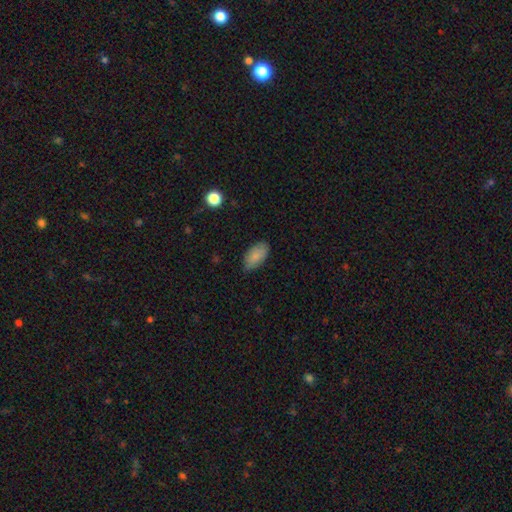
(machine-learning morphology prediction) Overall: smooth (83%). How rounded: in between (94%). Merging: none (81%).